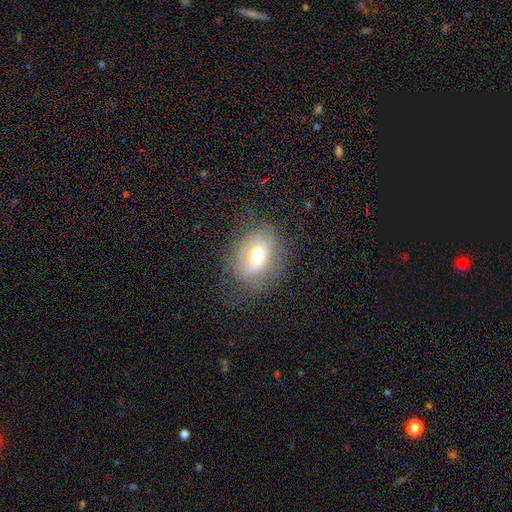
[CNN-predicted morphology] type=smooth (53%); roundness=in between (66%); merging=none (60%).